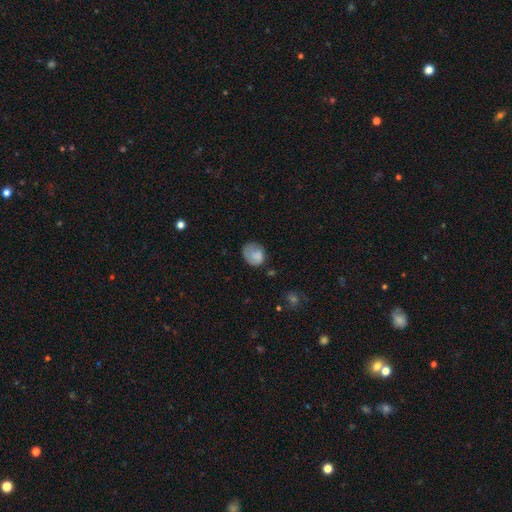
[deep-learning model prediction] The model was most divided on "how rounded": round: 60%, in between: 39%, cigar-shaped: 1%. More confident: smooth or featured — smooth (73%); merging — none (52%).